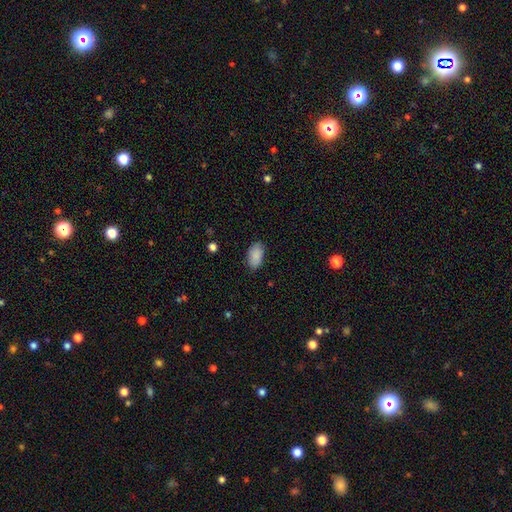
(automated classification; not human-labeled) Overall: smooth (88%). How rounded: in between (94%). Merging: none (81%).